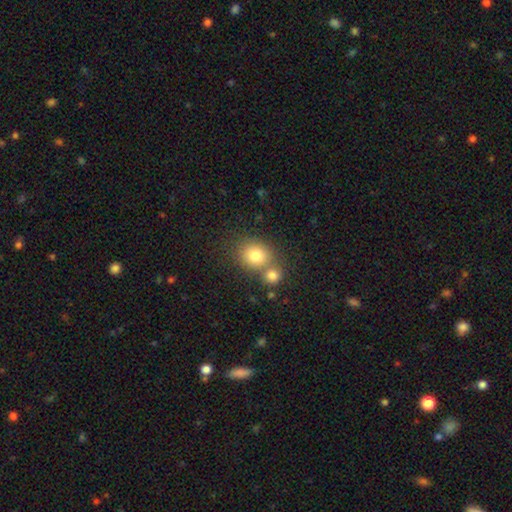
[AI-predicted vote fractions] Morphology: type=smooth (79%); roundness=round (72%); merging=none (53%).